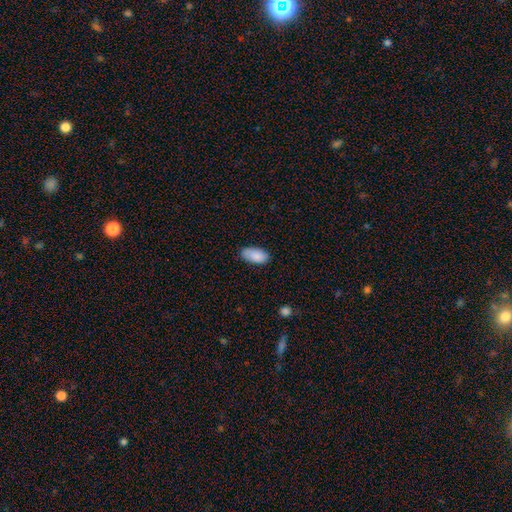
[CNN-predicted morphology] A smooth galaxy with no disk features (89%) that is in between round and cigar-shaped (94%). Merging: none (82%).